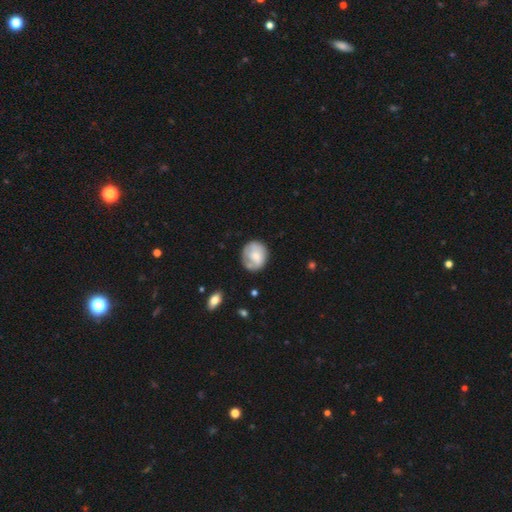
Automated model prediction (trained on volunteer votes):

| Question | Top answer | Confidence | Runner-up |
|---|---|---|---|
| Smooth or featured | smooth | 56% | featured or disk (36%) |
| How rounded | round | 72% | in between (27%) |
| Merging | none | 63% | minor disturbance (25%) |